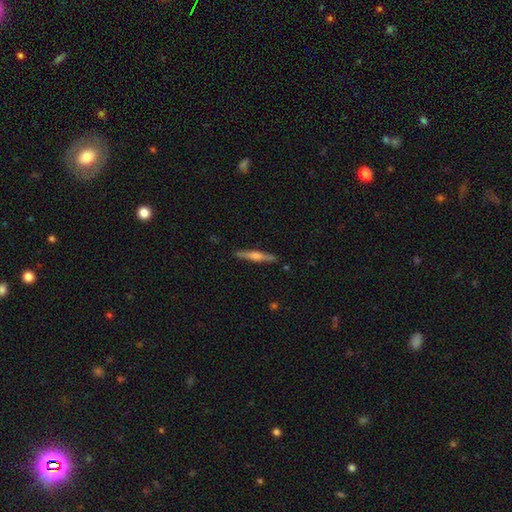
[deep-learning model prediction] featured or disk 68%, smooth 26%, star or artifact 6%. Down the decision tree: edge-on disk — yes (98%); edge-on bulge — rounded (78%); merging — none (91%).